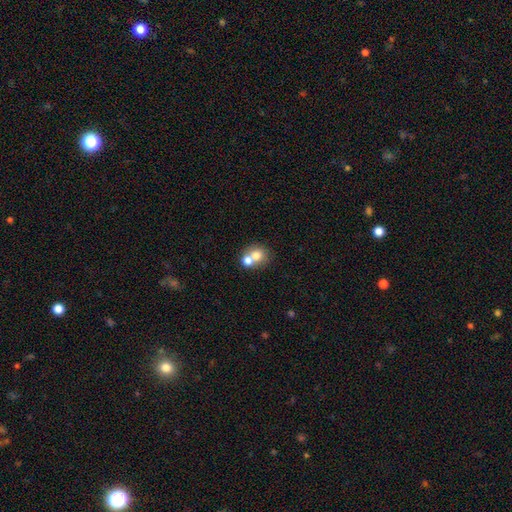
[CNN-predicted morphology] Overall: smooth (72%). How rounded: round (75%). Merging: merger (55%; none 36%).